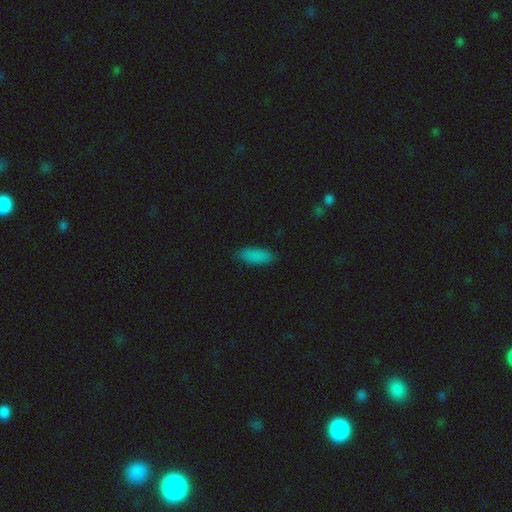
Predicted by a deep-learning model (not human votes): smooth 86%, star or artifact 9%, featured or disk 5%. Down the decision tree: how rounded — in between (71%); merging — none (85%).